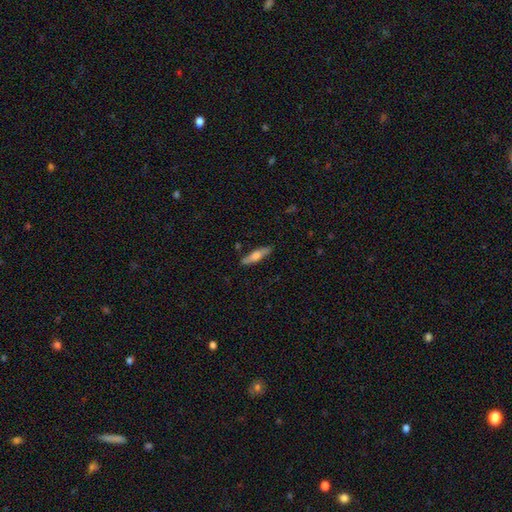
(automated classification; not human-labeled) Morphology: type=smooth (58%); roundness=cigar-shaped (73%); merging=none (84%).